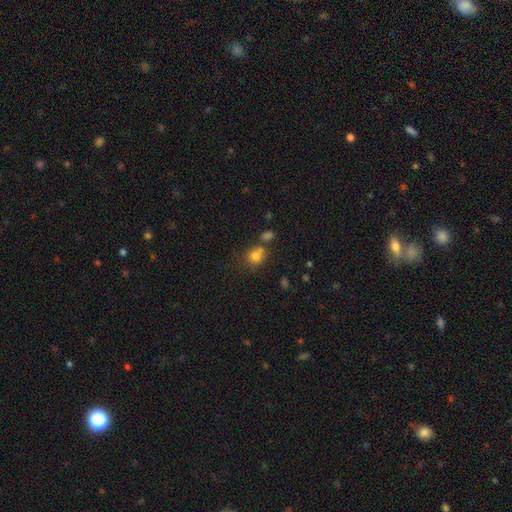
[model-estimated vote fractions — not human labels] Morphology: type=smooth (78%); roundness=round (77%); merging=none (52%).